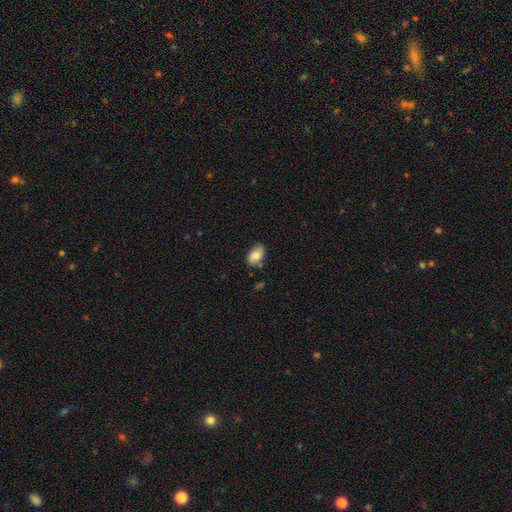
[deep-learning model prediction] smooth 76%, featured or disk 17%, star or artifact 8%. Down the decision tree: how rounded — in between (91%); merging — none (74%).